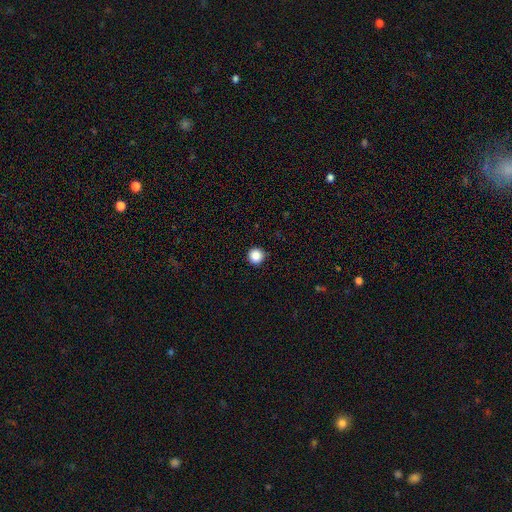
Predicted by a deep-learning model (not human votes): This appears to be a smooth galaxy with no disk features (87%) that is round (96%). Merging: none (92%).